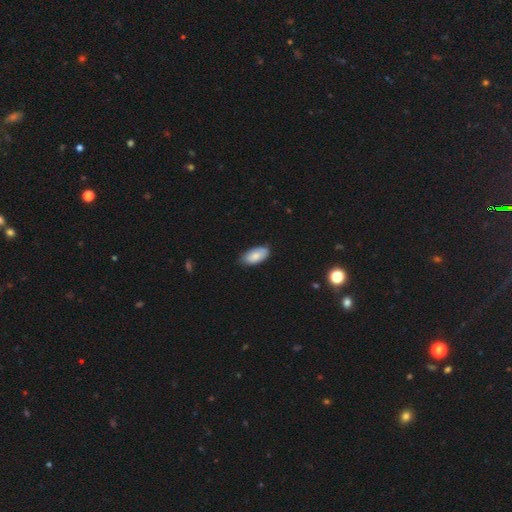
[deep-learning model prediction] This is clearly a smooth galaxy (83%). How rounded: clearly in between (94%). Merging: likely none (78%).